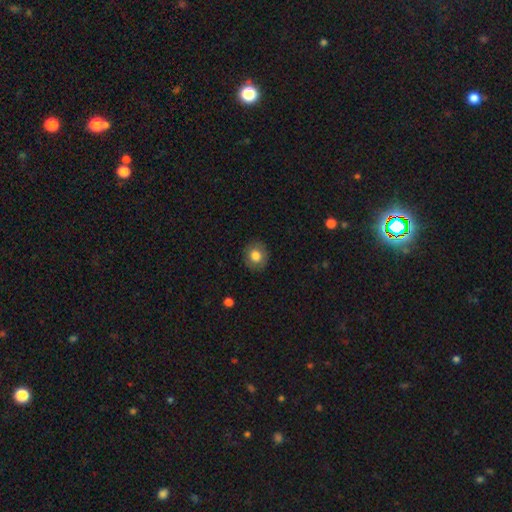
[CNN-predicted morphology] type=smooth (78%); roundness=round (80%); merging=none (88%).